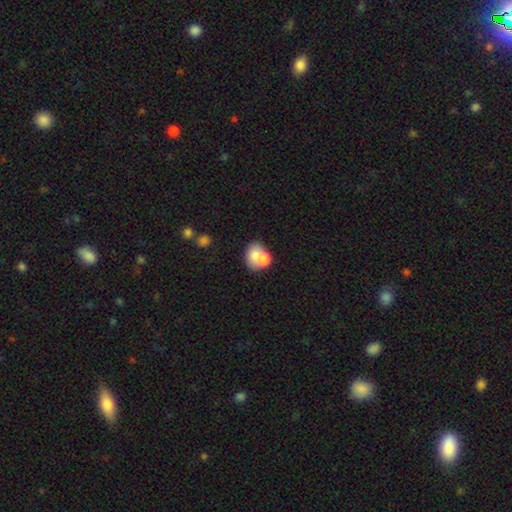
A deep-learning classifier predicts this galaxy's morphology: type=smooth (68%); roundness=in between (52%); merging=merger (55%).